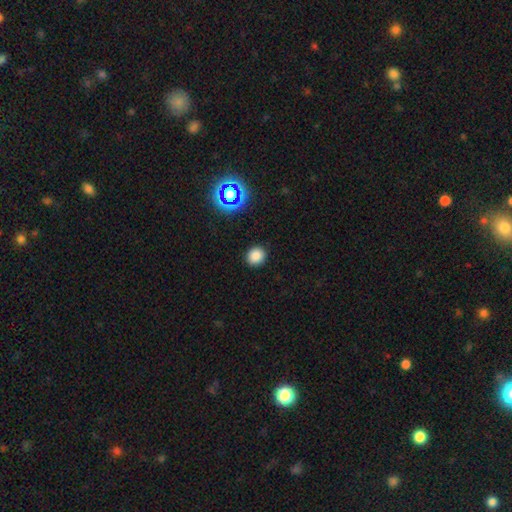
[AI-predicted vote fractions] This appears to be a smooth galaxy with no disk features (81%) that is round (81%). Merging: none (90%).